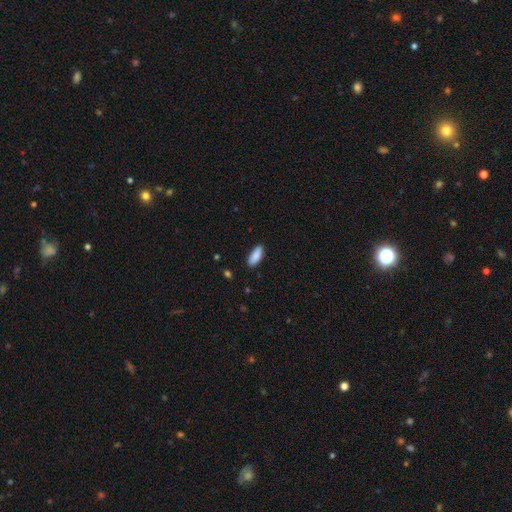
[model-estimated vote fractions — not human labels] smooth 90%, star or artifact 6%, featured or disk 4%. Down the decision tree: how rounded — in between (81%); merging — none (88%).